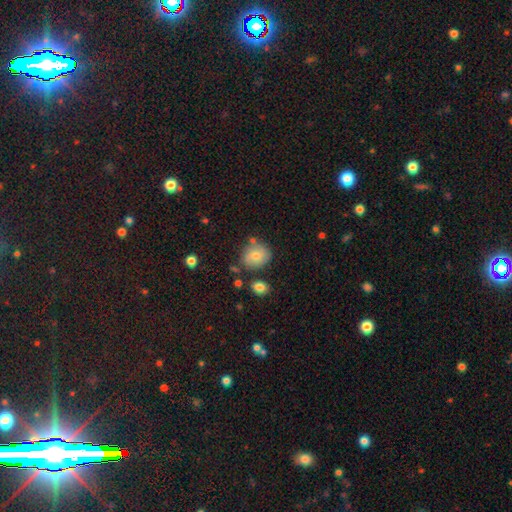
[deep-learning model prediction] Q: Smooth or featured?
A: smooth (68%); runner-up: featured or disk (22%)
Q: How rounded?
A: round (74%); runner-up: in between (25%)
Q: Merging?
A: none (67%); runner-up: minor disturbance (20%)